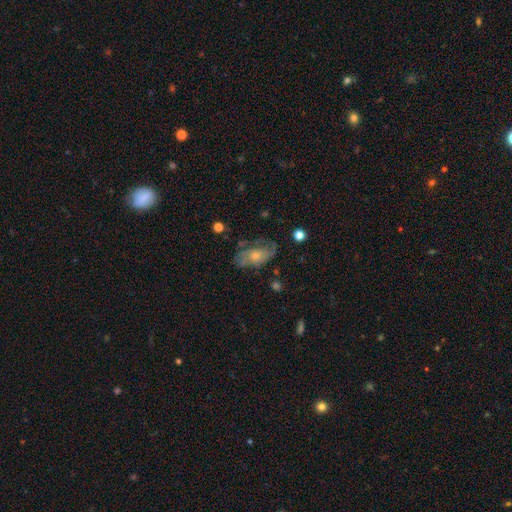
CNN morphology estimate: featured or disk 54%, smooth 38%, star or artifact 8%. Down the decision tree: edge-on disk — no (93%); bar — no (80%); spiral arms — yes (66%); bulge size — moderate (47%); merging — none (52%).